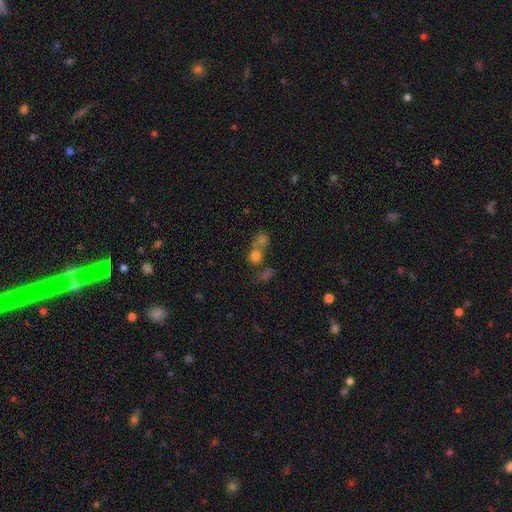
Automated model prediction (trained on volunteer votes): Smooth or featured?
  - smooth: 70% *
  - star or artifact: 17%
  - featured or disk: 13%
How rounded?
  - round: 74% *
  - in between: 25%
  - cigar-shaped: 2%
Merging?
  - merger: 56% *
  - none: 32%
  - minor disturbance: 7%
  - major disturbance: 5%